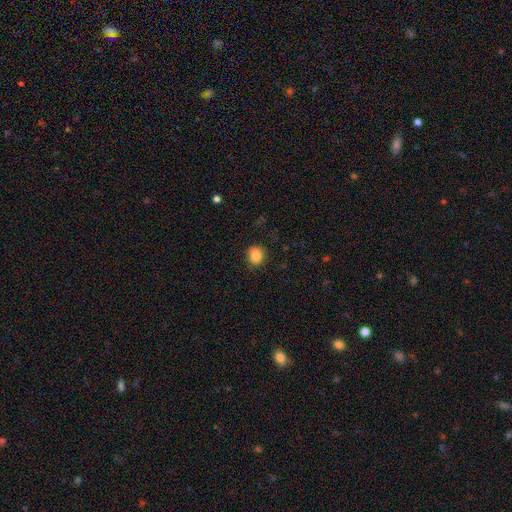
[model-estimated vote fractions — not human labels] Smooth or featured?
  - smooth: 85% *
  - star or artifact: 10%
  - featured or disk: 5%
How rounded?
  - round: 79% *
  - in between: 20%
  - cigar-shaped: 1%
Merging?
  - none: 84% *
  - minor disturbance: 12%
  - major disturbance: 3%
  - merger: 1%